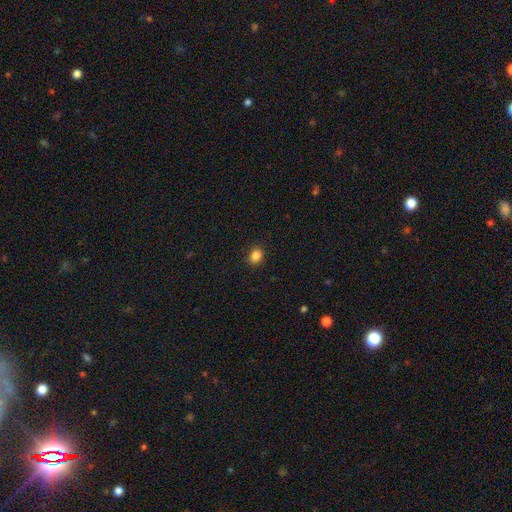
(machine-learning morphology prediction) This is clearly a smooth galaxy (86%). How rounded: possibly round (57%). Merging: clearly none (88%).